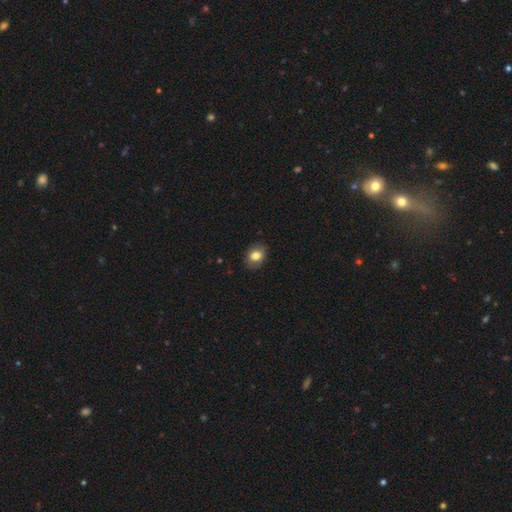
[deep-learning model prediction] Q: Smooth or featured?
A: smooth (80%); runner-up: featured or disk (11%)
Q: How rounded?
A: in between (61%); runner-up: round (38%)
Q: Merging?
A: none (85%); runner-up: minor disturbance (11%)